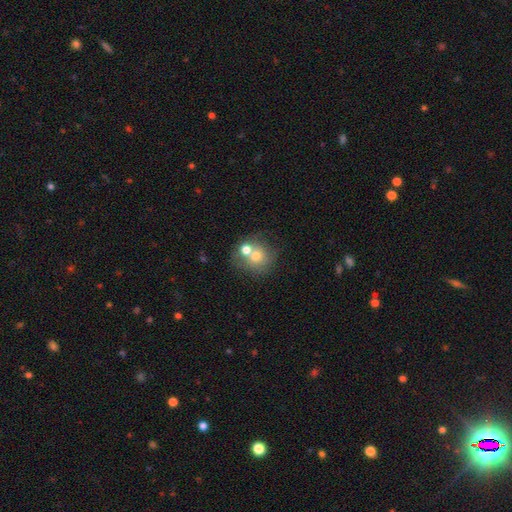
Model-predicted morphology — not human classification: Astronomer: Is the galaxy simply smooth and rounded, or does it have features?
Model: smooth — 67%.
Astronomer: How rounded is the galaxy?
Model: round — 81%.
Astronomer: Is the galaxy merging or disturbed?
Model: merger — 47% (runner-up: none, 39%).